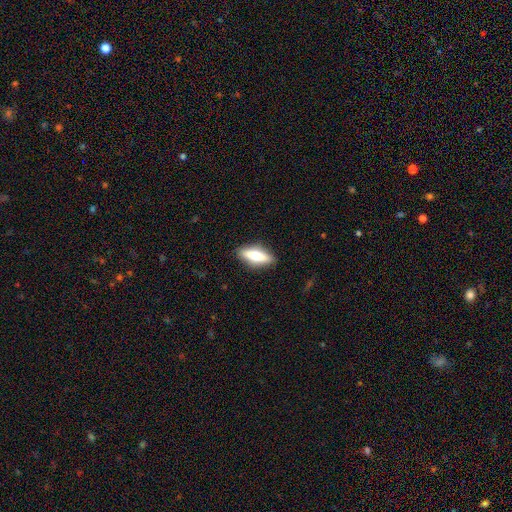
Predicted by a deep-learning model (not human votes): smooth_or_featured: smooth (p=0.64) [alt: featured or disk p=0.30]
how_rounded: in between (p=0.54) [alt: cigar-shaped p=0.43]
merging: none (p=0.88) [alt: minor disturbance p=0.09]